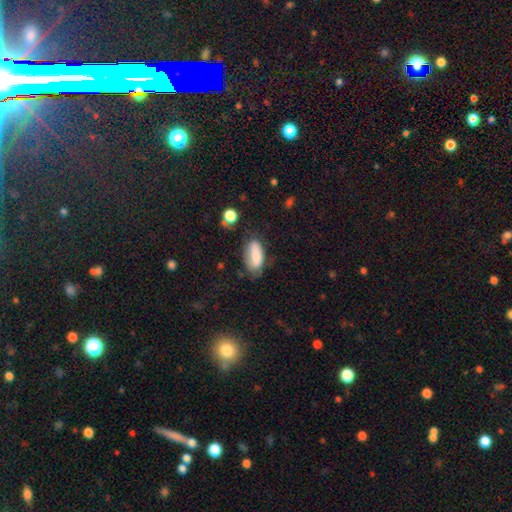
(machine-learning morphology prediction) Overall: smooth (77%). How rounded: in between (85%). Merging: none (54%; minor disturbance 29%).